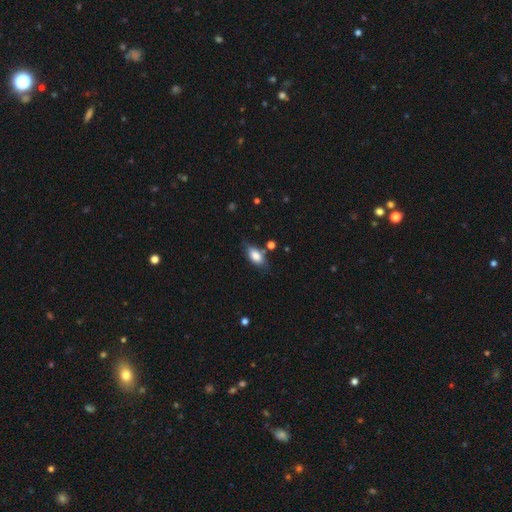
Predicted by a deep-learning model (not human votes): The model was most divided on "merging": none: 72%, minor disturbance: 19%, merger: 5%, major disturbance: 4%. More confident: how rounded — in between (87%); smooth or featured — smooth (80%).